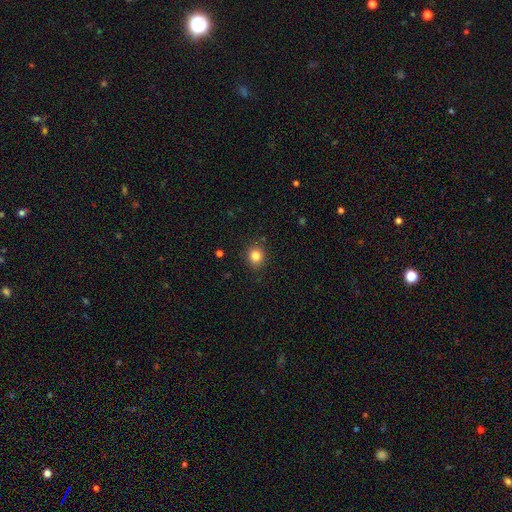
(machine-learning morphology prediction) A smooth galaxy with no disk features (83%) that is round (81%).

Vote fractions:
- Smooth or featured? smooth: 83% / star or artifact: 11% / featured or disk: 5%
- How rounded? round: 81% / in between: 18% / cigar-shaped: 1%
- Merging? none: 88% / minor disturbance: 9% / major disturbance: 2% / merger: 1%